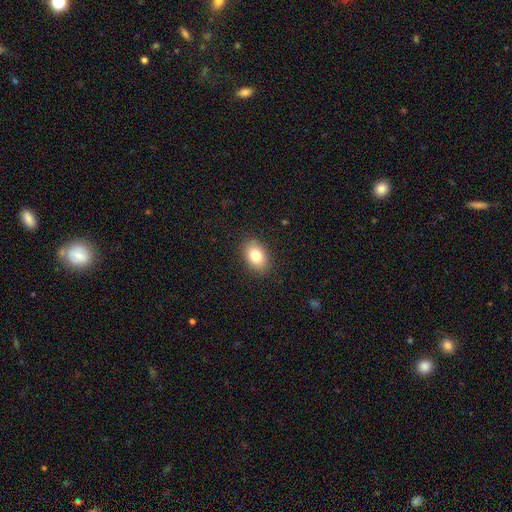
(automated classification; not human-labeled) Smooth or featured? smooth (81%)
How rounded? in between (81%)
Merging? none (88%)